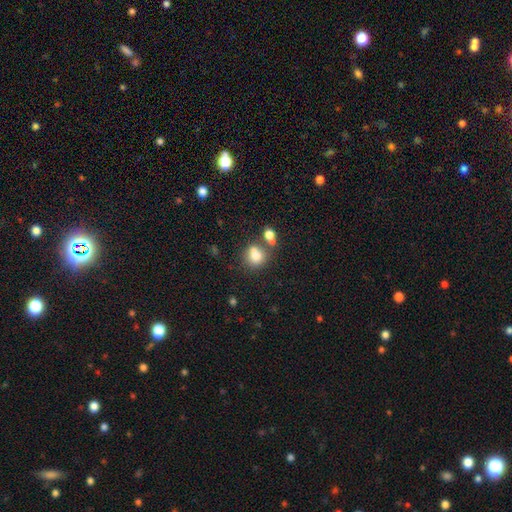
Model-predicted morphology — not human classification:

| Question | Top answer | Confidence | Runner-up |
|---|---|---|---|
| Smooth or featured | smooth | 77% | star or artifact (12%) |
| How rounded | round | 70% | in between (29%) |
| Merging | none | 49% | merger (32%) |